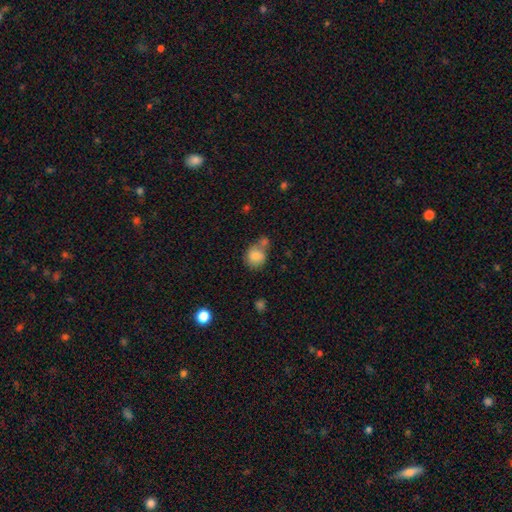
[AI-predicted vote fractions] Smooth or featured? smooth (80%)
How rounded? round (75%)
Merging? none (47%)